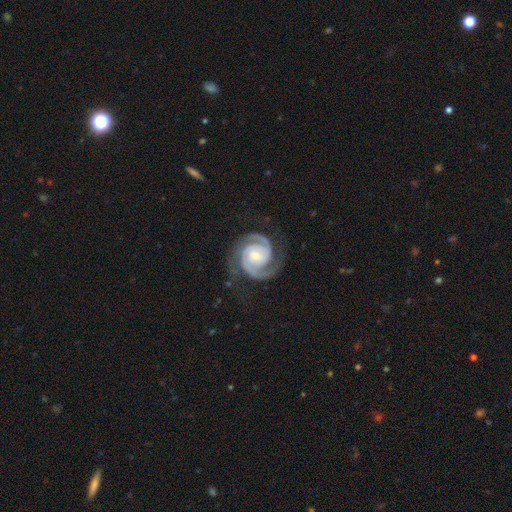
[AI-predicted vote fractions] featured or disk 93%, star or artifact 4%, smooth 3%. Down the decision tree: edge-on disk — no (98%); bar — no (60%); spiral arms — yes (99%); spiral arm count — 2 (86%); spiral winding — tight (61%); bulge size — small (59%); merging — none (77%).